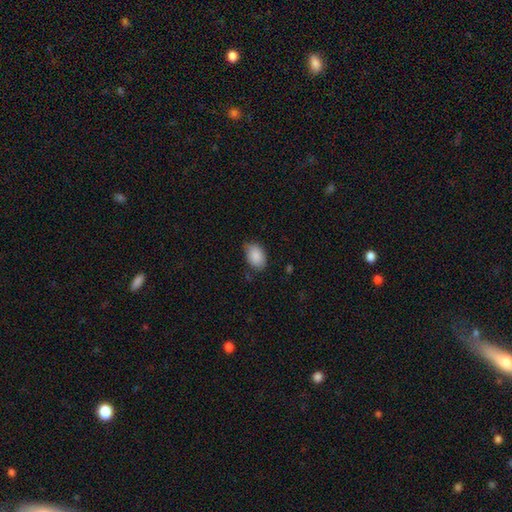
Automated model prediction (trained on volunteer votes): Smooth or featured? Predicted: smooth (p=0.88). How rounded? Predicted: in between (p=0.86). Merging? Predicted: none (p=0.65).